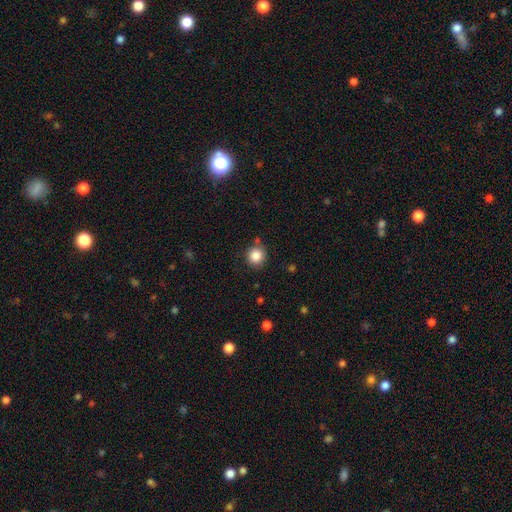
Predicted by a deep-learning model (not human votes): Overall: smooth (85%). How rounded: round (91%). Merging: none (83%).